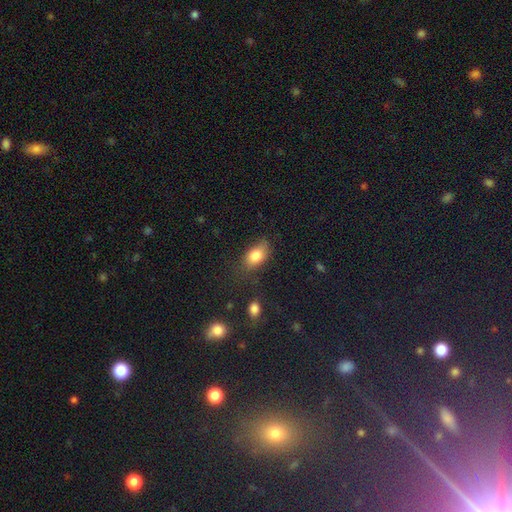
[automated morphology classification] Overall: smooth (82%). How rounded: in between (85%). Merging: none (66%).